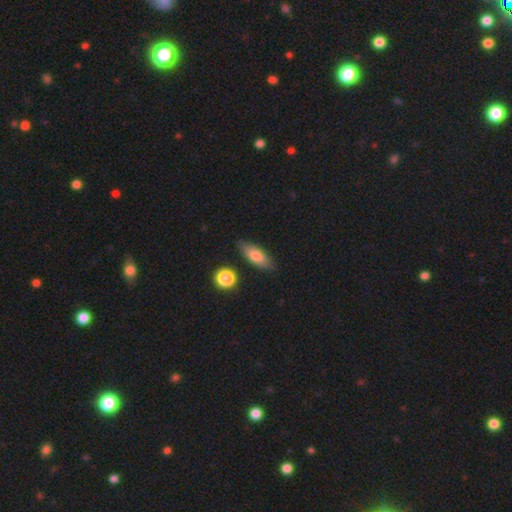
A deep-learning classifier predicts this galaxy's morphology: smooth 73%, featured or disk 19%, star or artifact 8%. Down the decision tree: how rounded — in between (69%); merging — none (83%).